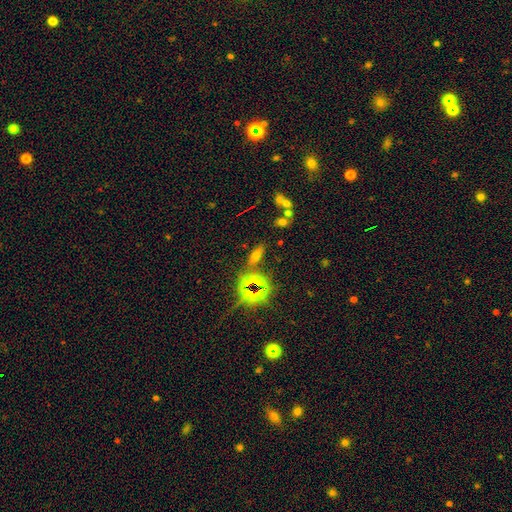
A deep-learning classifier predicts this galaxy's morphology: Overall: smooth (50%; star or artifact 35%). Merging: none (76%).